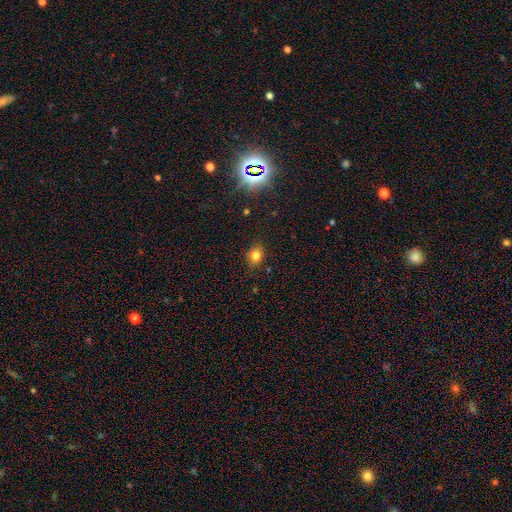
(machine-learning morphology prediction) Overall: smooth (79%). How rounded: round (53%; in between 46%). Merging: none (83%).